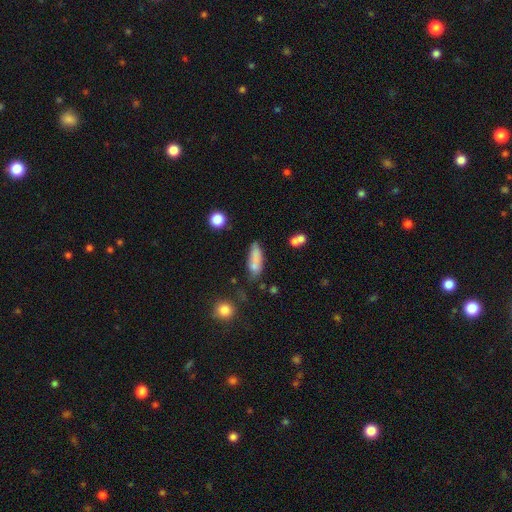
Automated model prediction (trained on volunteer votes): The model was most divided on "how rounded": in between: 54%, cigar-shaped: 42%, round: 3%. More confident: smooth or featured — smooth (75%); merging — none (51%).